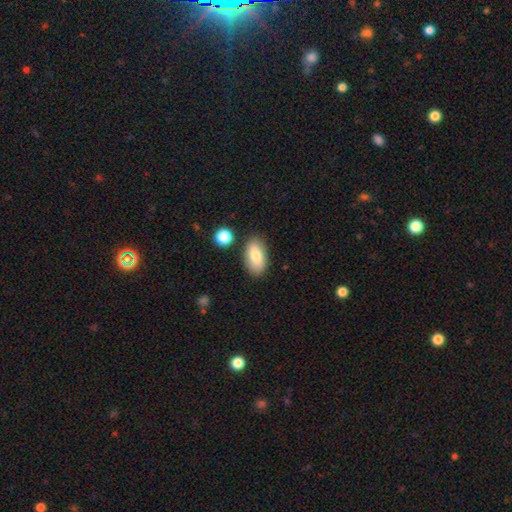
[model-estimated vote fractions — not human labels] smooth 79%, featured or disk 14%, star or artifact 7%. Down the decision tree: how rounded — in between (91%); merging — none (83%).